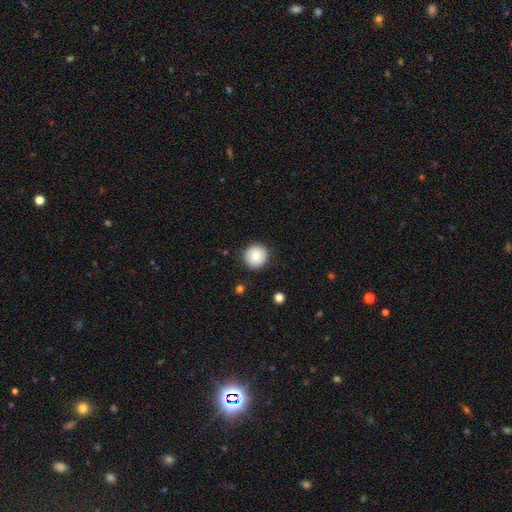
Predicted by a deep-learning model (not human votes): smooth_or_featured: smooth (p=0.79) [alt: featured or disk p=0.13]
how_rounded: round (p=0.95) [alt: in between p=0.04]
merging: none (p=0.90) [alt: minor disturbance p=0.07]